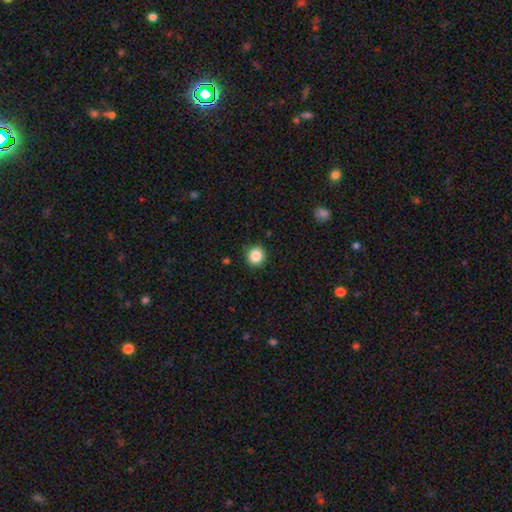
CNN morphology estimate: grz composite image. It shows a smooth galaxy with no disk features (86%) that is round (91%). Merging: none (91%).